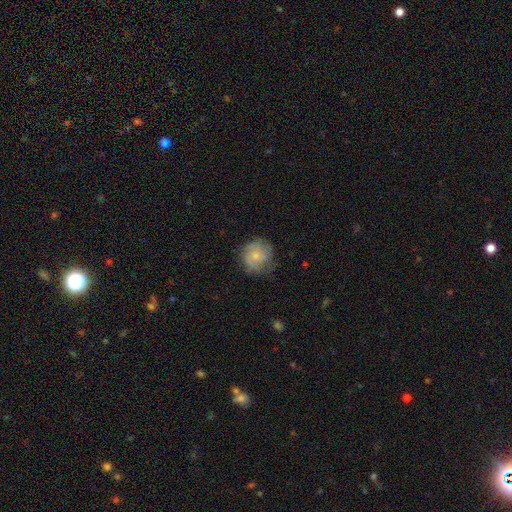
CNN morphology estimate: Smooth or featured: smooth — 59% (featured or disk — 33%)
How rounded: round — 88% (in between — 11%)
Merging: none — 67% (minor disturbance — 23%)